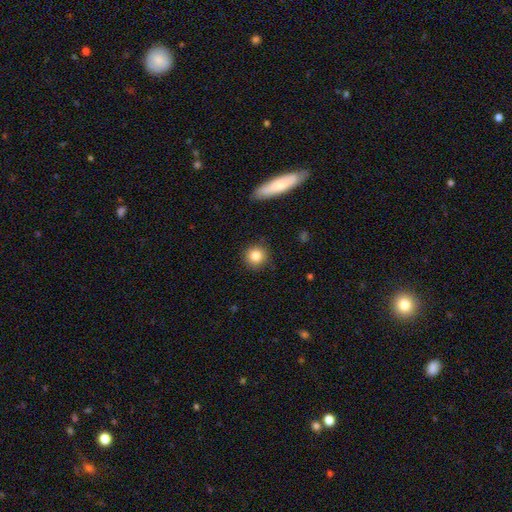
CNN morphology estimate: Q: Smooth or featured?
A: smooth (84%); runner-up: star or artifact (9%)
Q: How rounded?
A: round (93%); runner-up: in between (6%)
Q: Merging?
A: none (90%); runner-up: minor disturbance (7%)